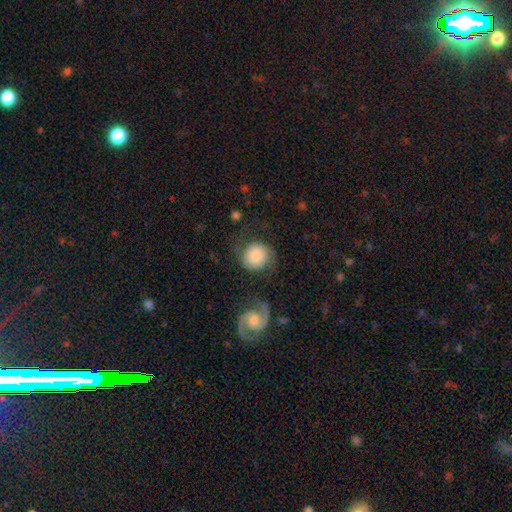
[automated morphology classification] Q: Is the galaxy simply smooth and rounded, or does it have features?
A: smooth — 65%.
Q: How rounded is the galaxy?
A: round — 86%.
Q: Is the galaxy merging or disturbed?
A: none — 62%.